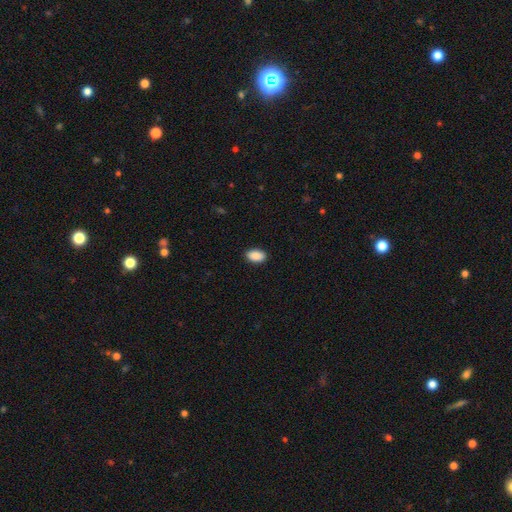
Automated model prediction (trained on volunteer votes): A smooth galaxy with no disk features (90%) that is in between round and cigar-shaped (92%). Merging: none (89%).